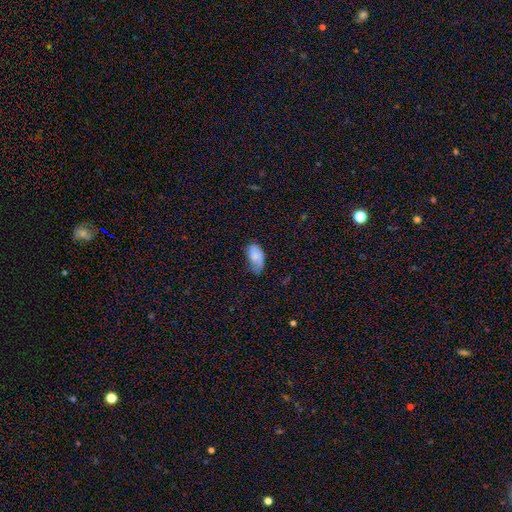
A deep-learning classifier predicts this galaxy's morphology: Smooth or featured? Predicted: smooth (p=0.77). How rounded? Predicted: in between (p=0.94). Merging? Predicted: none (p=0.42).